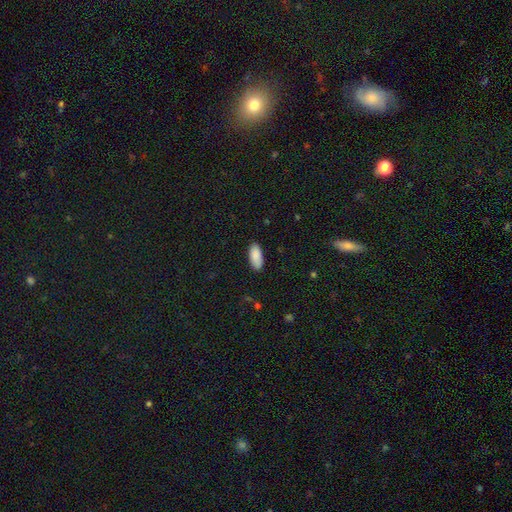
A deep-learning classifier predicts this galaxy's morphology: type=smooth (90%); roundness=in between (90%); merging=none (87%).